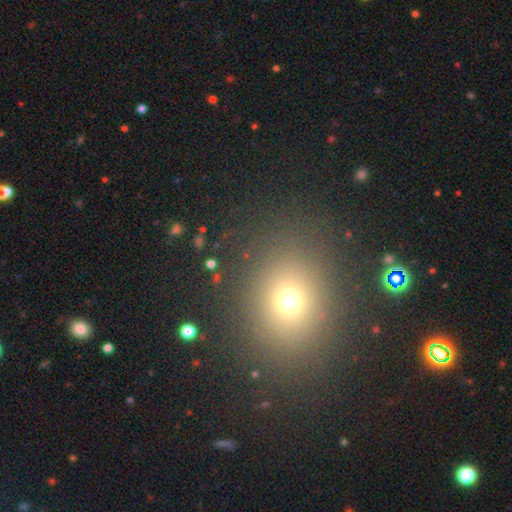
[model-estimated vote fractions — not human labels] Smooth or featured?
  - smooth: 60% *
  - star or artifact: 30%
  - featured or disk: 9%
How rounded?
  - round: 59% *
  - in between: 39%
  - cigar-shaped: 1%
Merging?
  - none: 88% *
  - minor disturbance: 7%
  - major disturbance: 3%
  - merger: 2%